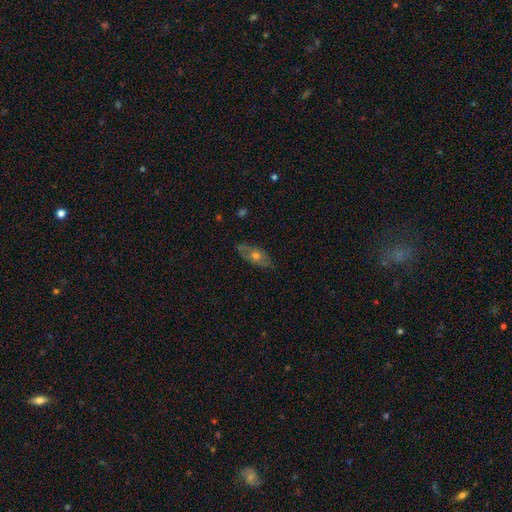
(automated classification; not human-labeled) The model was most divided on "smooth or featured": featured or disk: 49%, smooth: 42%, star or artifact: 9%. More confident: merging — none (79%).